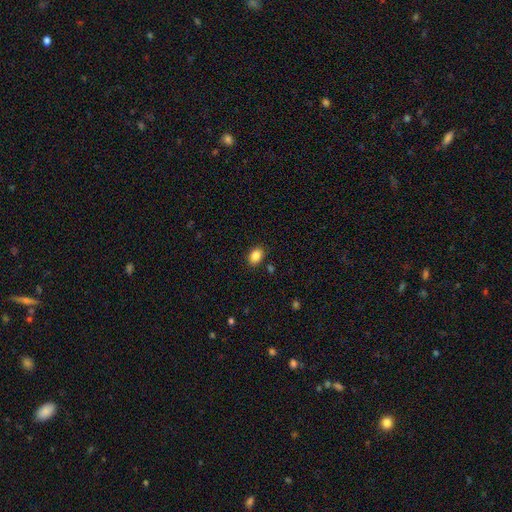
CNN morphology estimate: Smooth or featured?
  - smooth: 87% *
  - star or artifact: 9%
  - featured or disk: 4%
How rounded?
  - in between: 73% *
  - round: 26%
  - cigar-shaped: 1%
Merging?
  - none: 85% *
  - minor disturbance: 10%
  - major disturbance: 2%
  - merger: 2%